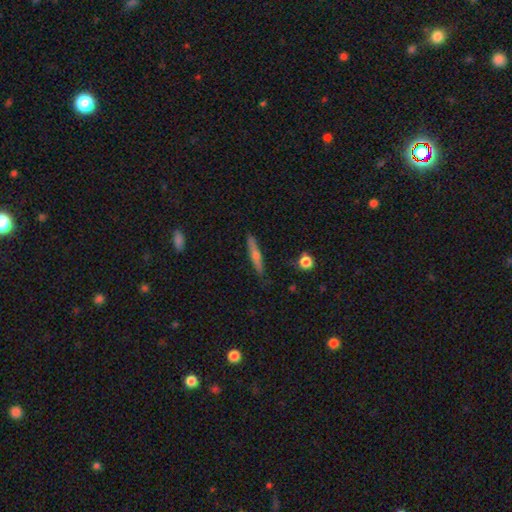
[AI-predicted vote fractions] The model was most divided on "smooth or featured": featured or disk: 51%, smooth: 42%, star or artifact: 8%. More confident: edge-on disk — yes (94%); merging — none (84%).